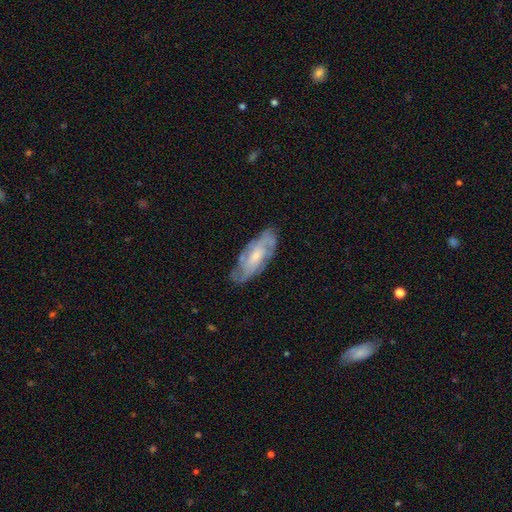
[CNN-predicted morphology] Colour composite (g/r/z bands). It shows a featured or disk galaxy (68%) with no bar (60%), spiral arms (83%) and a moderate central bulge (45%). Merging: none (72%).